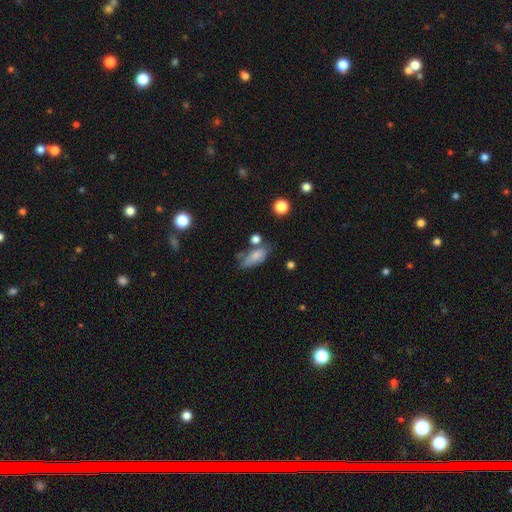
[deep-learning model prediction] Smooth or featured: smooth — 72% (featured or disk — 19%)
How rounded: in between — 82% (cigar-shaped — 13%)
Merging: none — 42% (minor disturbance — 29%)